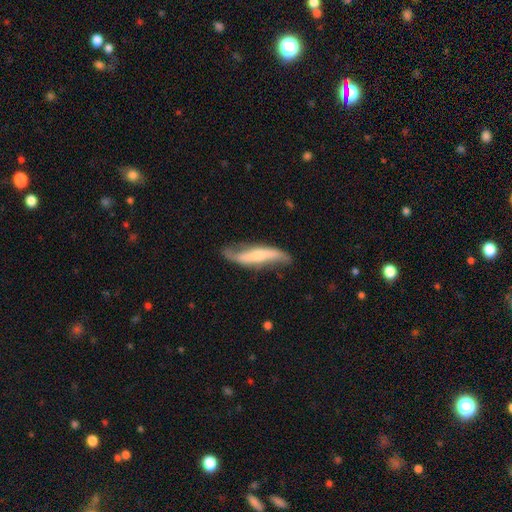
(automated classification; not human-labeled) A featured or disk galaxy (72%). Merging: none (64%).